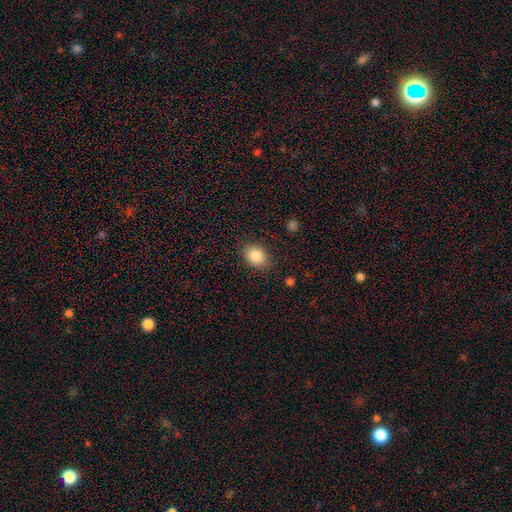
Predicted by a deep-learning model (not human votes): smooth_or_featured: smooth (p=0.85) [alt: star or artifact p=0.08]
how_rounded: in between (p=0.70) [alt: round p=0.29]
merging: none (p=0.84) [alt: minor disturbance p=0.11]